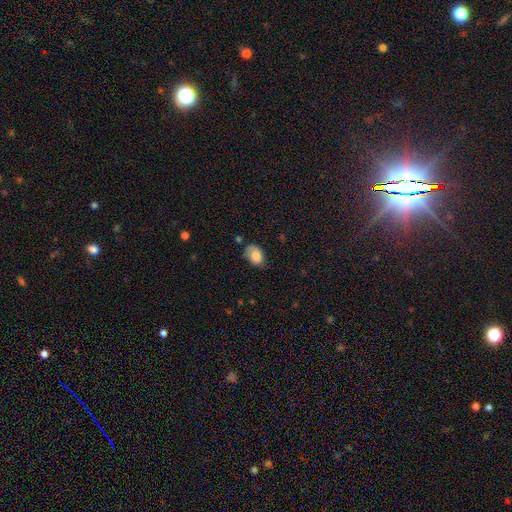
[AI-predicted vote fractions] A smooth galaxy with no disk features (76%) that is in between round and cigar-shaped (82%). Merging: none (52%).